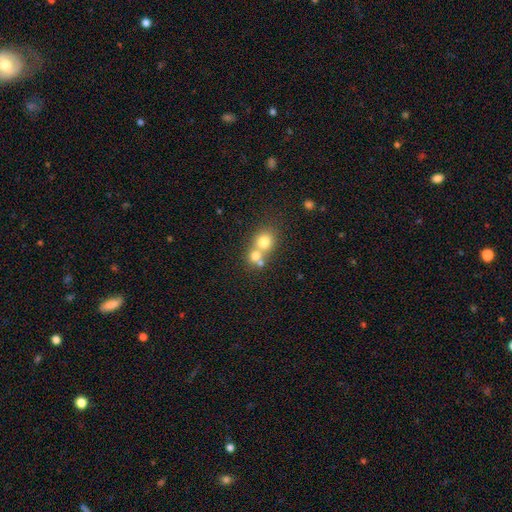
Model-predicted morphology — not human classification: This appears to be a smooth galaxy with no disk features (71%) that is round (79%). Merging: merger (59%).